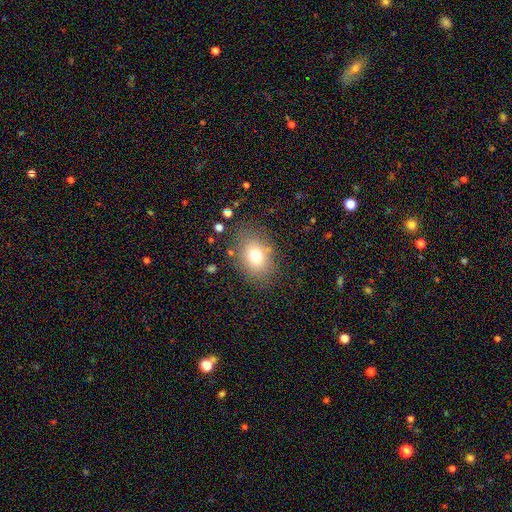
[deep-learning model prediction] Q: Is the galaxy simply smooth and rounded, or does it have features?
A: smooth — 73%.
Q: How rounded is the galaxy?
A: in between — 69%.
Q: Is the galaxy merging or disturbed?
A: none — 79%.